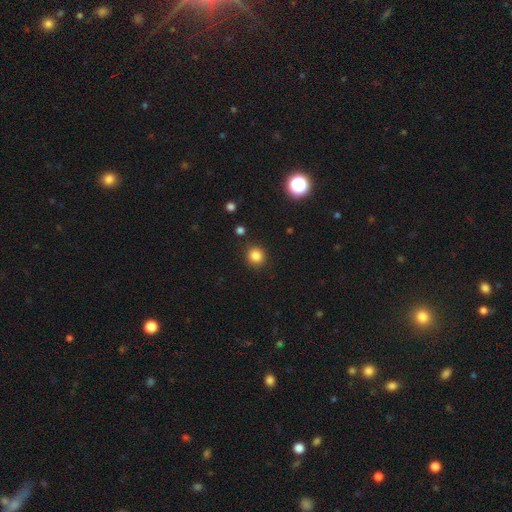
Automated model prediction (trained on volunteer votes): Smooth or featured? smooth (84%)
How rounded? round (89%)
Merging? none (89%)